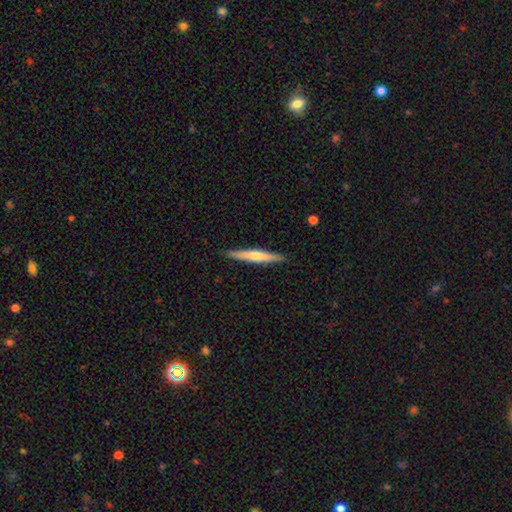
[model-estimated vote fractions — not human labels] smooth-or-featured: smooth: 51% | featured or disk: 45% | star or artifact: 5%
  how-rounded: cigar-shaped: 94% | in between: 4% | round: 1%
  merging: none: 90% | minor disturbance: 7% | major disturbance: 1% | merger: 1%